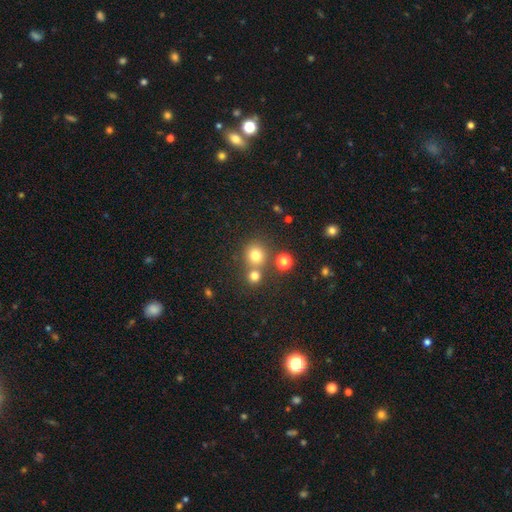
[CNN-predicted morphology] smooth 75%, star or artifact 17%, featured or disk 8%. Down the decision tree: how rounded — round (87%); merging — none (63%).